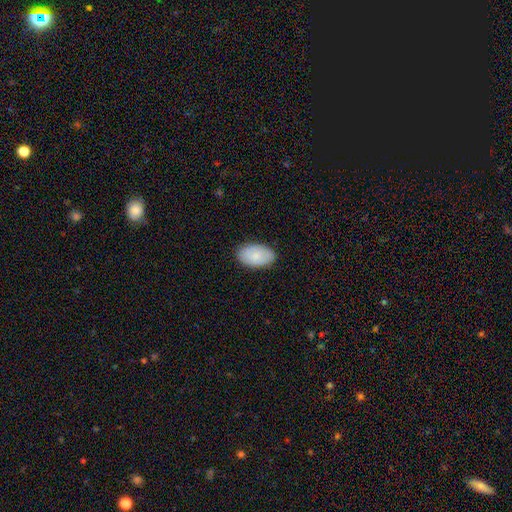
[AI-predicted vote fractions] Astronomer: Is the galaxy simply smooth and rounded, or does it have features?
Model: smooth — 82%.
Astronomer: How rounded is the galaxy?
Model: in between — 94%.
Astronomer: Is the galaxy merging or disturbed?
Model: none — 86%.